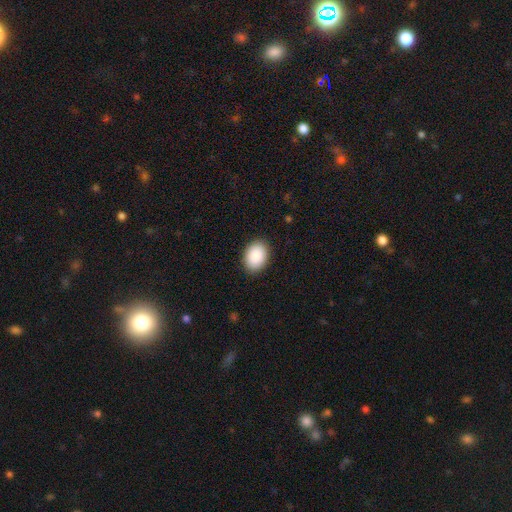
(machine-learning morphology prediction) The model was most divided on "how rounded": in between: 78%, round: 21%, cigar-shaped: 1%. More confident: merging — none (90%); smooth or featured — smooth (89%).